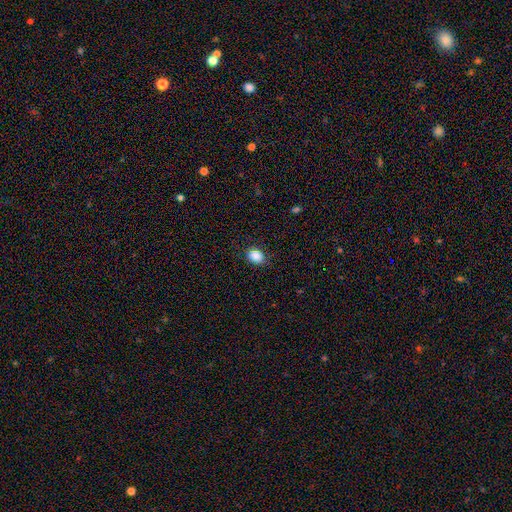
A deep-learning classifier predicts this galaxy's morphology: Smooth or featured: smooth — 86% (star or artifact — 10%)
How rounded: in between — 64% (round — 35%)
Merging: none — 83% (minor disturbance — 13%)